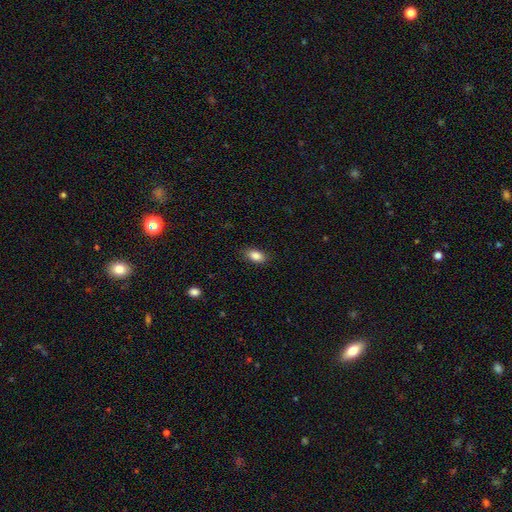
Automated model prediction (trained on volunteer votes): Smooth or featured? Predicted: smooth (p=0.87). How rounded? Predicted: in between (p=0.89). Merging? Predicted: none (p=0.86).